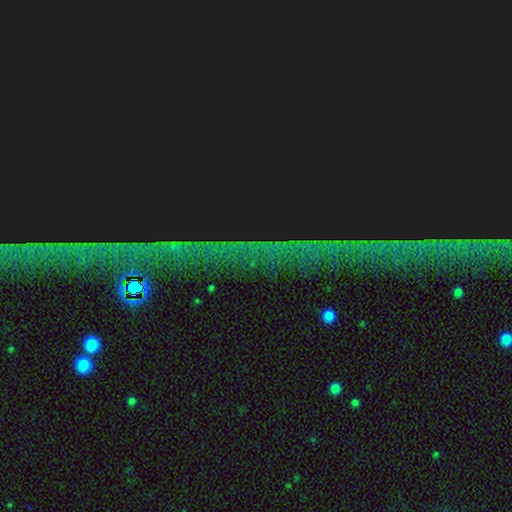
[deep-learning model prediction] smooth_or_featured: star or artifact (p=0.87) [alt: featured or disk p=0.07]